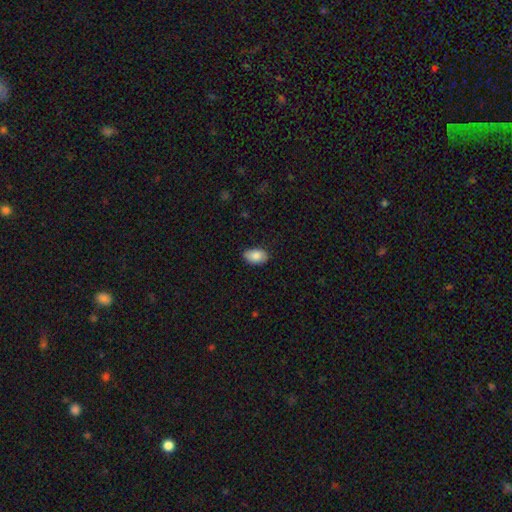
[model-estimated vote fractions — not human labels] This is clearly a smooth galaxy (86%). How rounded: clearly in between (92%). Merging: clearly none (83%).